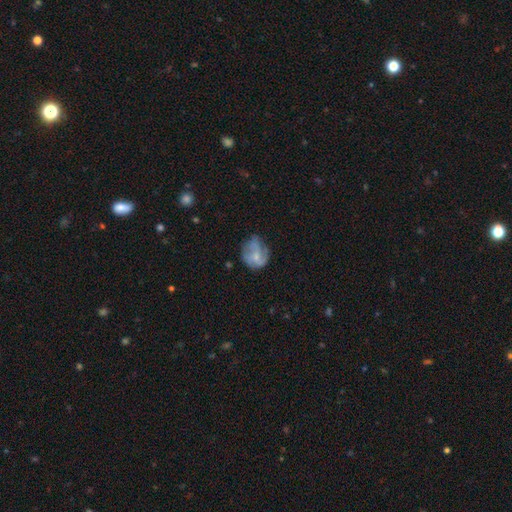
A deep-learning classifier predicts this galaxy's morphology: featured or disk 49%, smooth 43%, star or artifact 8%. Down the decision tree: merging — none (47%).